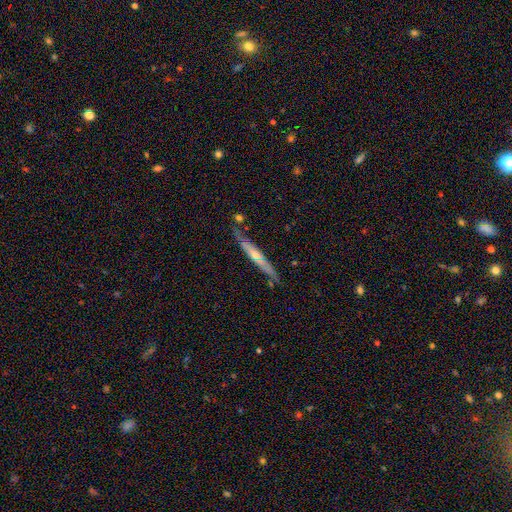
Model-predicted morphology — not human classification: This is likely a featured or disk galaxy (65%). It is clearly viewed edge-on (89%). Edge-on bulge: likely rounded (65%). Merging: likely none (76%).